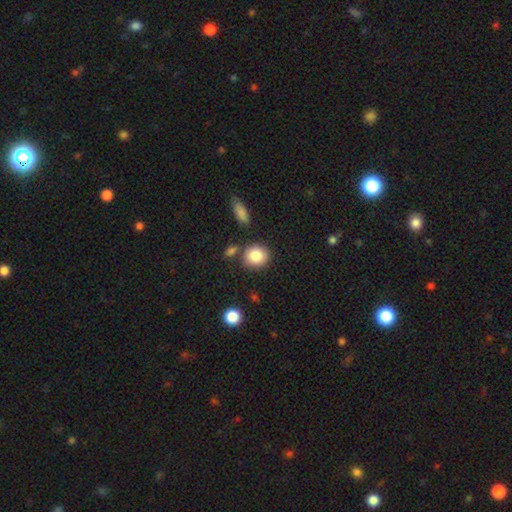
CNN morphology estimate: Smooth or featured? smooth (86%)
How rounded? round (76%)
Merging? none (74%)